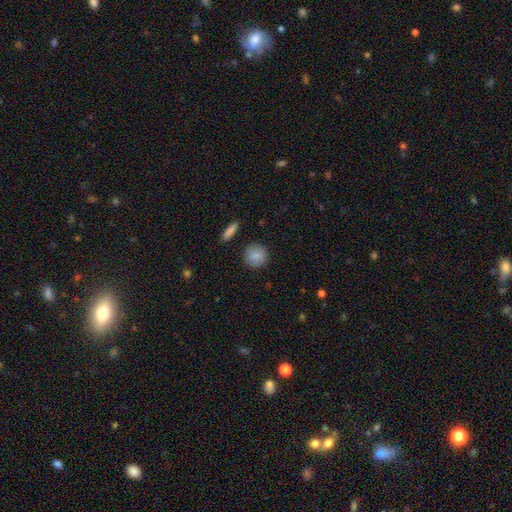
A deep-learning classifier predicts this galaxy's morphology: A smooth galaxy with no disk features (86%) that is round (90%).

Vote fractions:
- Smooth or featured? smooth: 86% / star or artifact: 7% / featured or disk: 6%
- How rounded? round: 90% / in between: 9% / cigar-shaped: 1%
- Merging? none: 88% / minor disturbance: 8% / major disturbance: 2% / merger: 2%